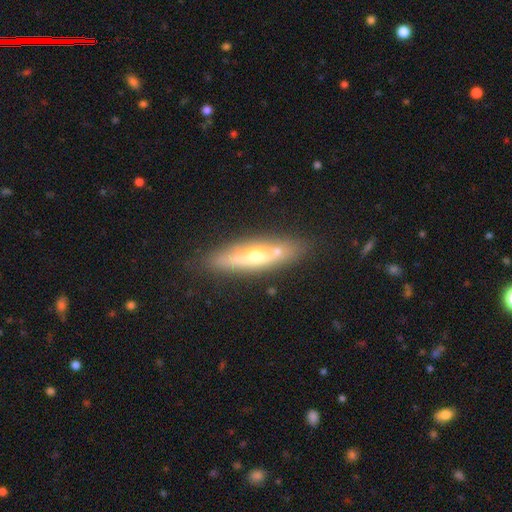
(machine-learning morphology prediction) type=featured or disk (48%); merging=none (75%).